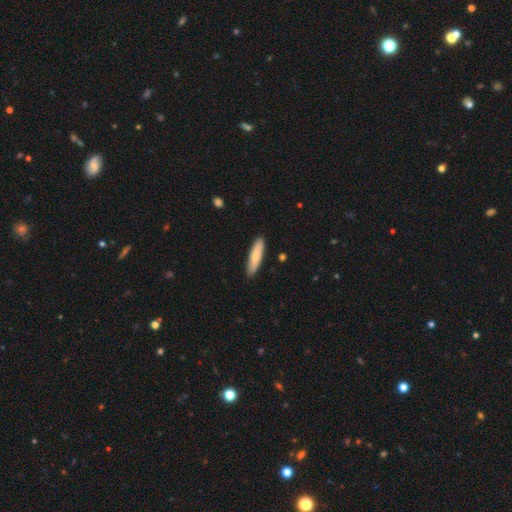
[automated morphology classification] Smooth or featured? Predicted: smooth (p=0.78). How rounded? Predicted: cigar-shaped (p=0.79). Merging? Predicted: none (p=0.89).